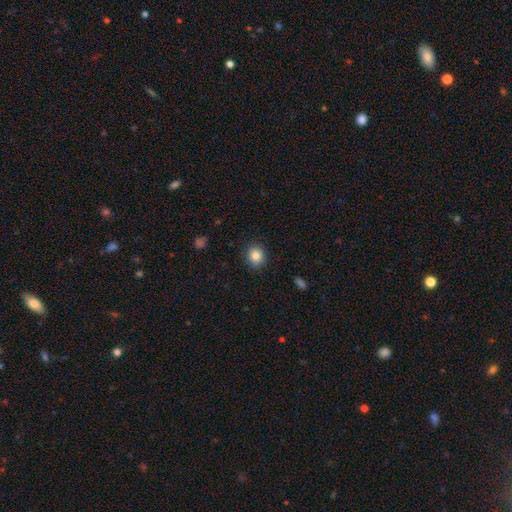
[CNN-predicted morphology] Smooth or featured: smooth — 85% (star or artifact — 9%)
How rounded: round — 79% (in between — 20%)
Merging: none — 88% (minor disturbance — 9%)